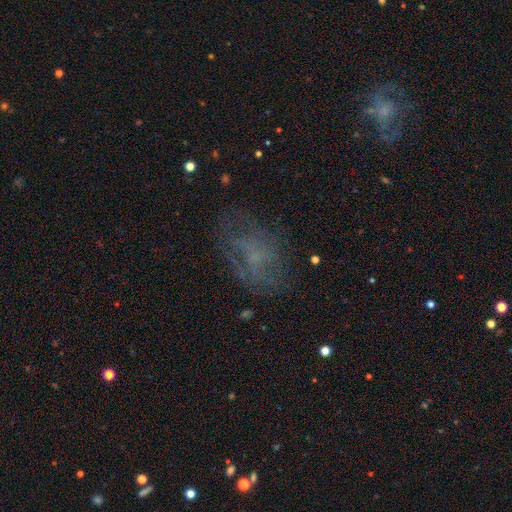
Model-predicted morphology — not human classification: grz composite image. It shows a featured or disk galaxy (42%). Merging: none (62%).